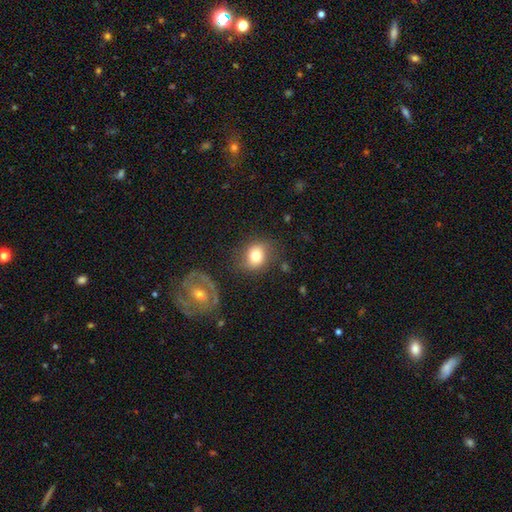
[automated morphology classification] Smooth or featured?
  - smooth: 75% *
  - featured or disk: 16%
  - star or artifact: 9%
How rounded?
  - round: 60% *
  - in between: 39%
  - cigar-shaped: 1%
Merging?
  - none: 70% *
  - minor disturbance: 18%
  - major disturbance: 7%
  - merger: 4%